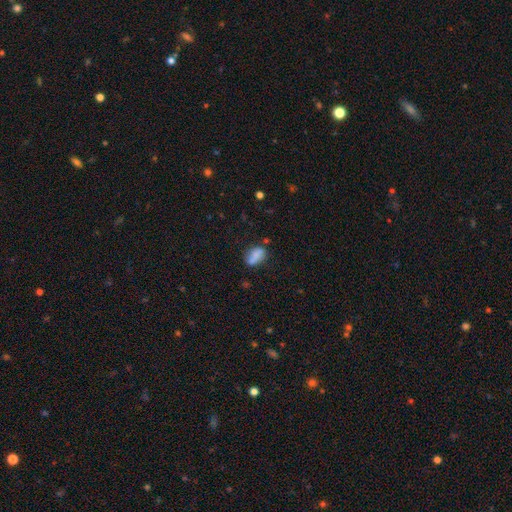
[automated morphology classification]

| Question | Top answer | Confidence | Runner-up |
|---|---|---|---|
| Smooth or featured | smooth | 76% | featured or disk (15%) |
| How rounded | in between | 84% | round (12%) |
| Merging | none | 57% | minor disturbance (23%) |